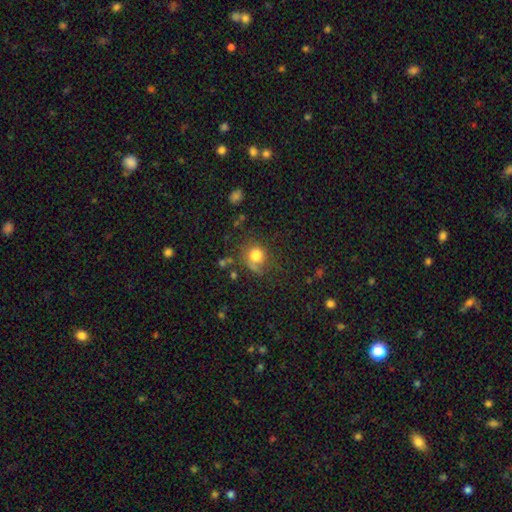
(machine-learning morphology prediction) This appears to be a smooth galaxy with no disk features (77%) that is round (78%). Merging: none (55%).